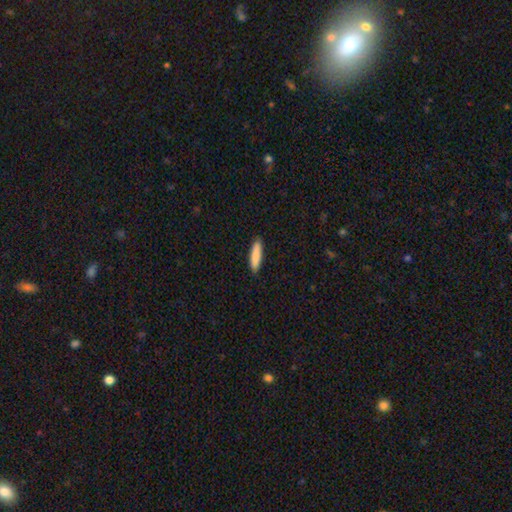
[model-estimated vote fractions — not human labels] This appears to be a smooth galaxy with no disk features (87%) that is cigar-shaped (76%). Merging: none (89%).